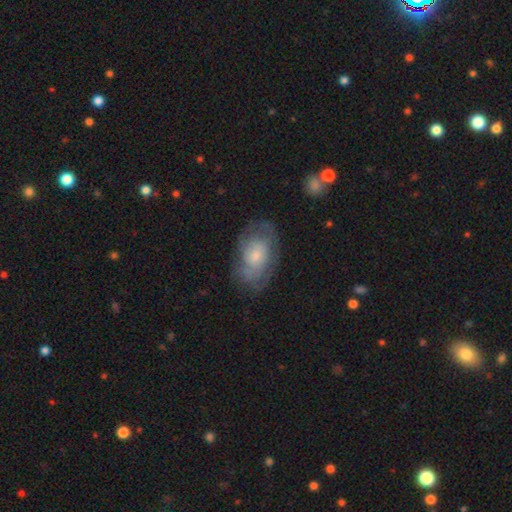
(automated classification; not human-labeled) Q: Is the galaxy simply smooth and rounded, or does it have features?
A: featured or disk — 48%.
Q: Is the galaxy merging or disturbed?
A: none — 62%.